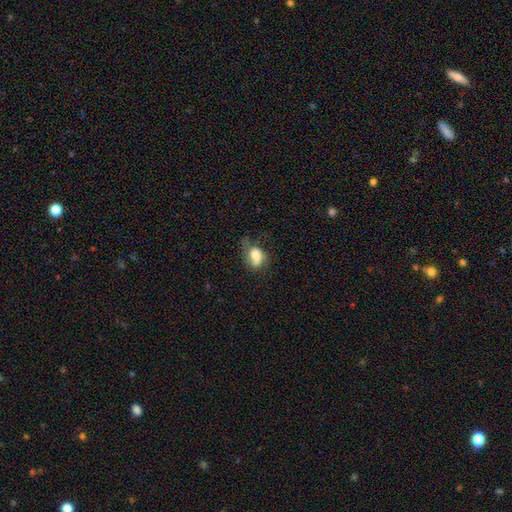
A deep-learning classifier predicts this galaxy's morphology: Smooth or featured?
  - smooth: 69% *
  - featured or disk: 21%
  - star or artifact: 10%
How rounded?
  - in between: 79% *
  - round: 18%
  - cigar-shaped: 2%
Merging?
  - none: 32% *
  - minor disturbance: 31%
  - major disturbance: 31%
  - merger: 6%